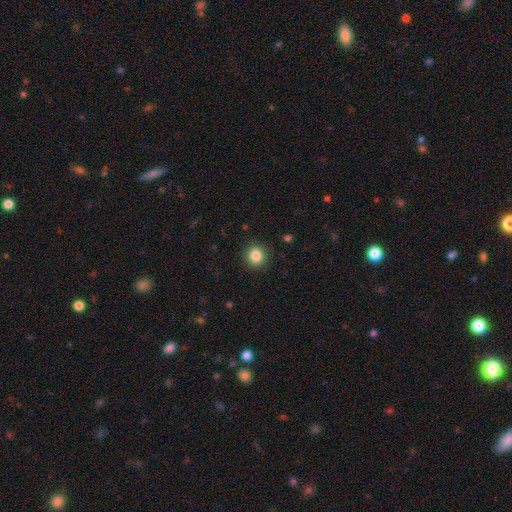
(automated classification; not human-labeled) The model was most divided on "how rounded": round: 82%, in between: 17%, cigar-shaped: 1%. More confident: merging — none (90%); smooth or featured — smooth (86%).